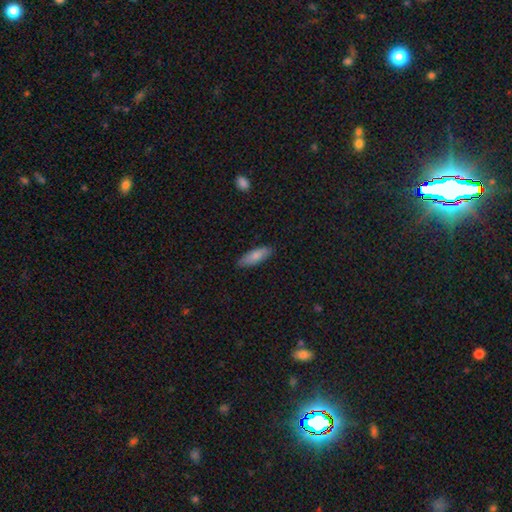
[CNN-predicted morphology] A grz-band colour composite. It shows a smooth galaxy with no disk features (81%) that is in between round and cigar-shaped (62%). Merging: none (85%).